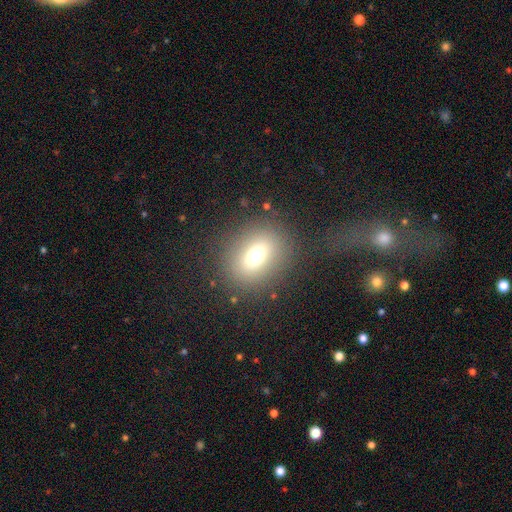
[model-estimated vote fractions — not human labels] This is likely a smooth galaxy (68%). How rounded: possibly round (51%). Merging: clearly none (83%).